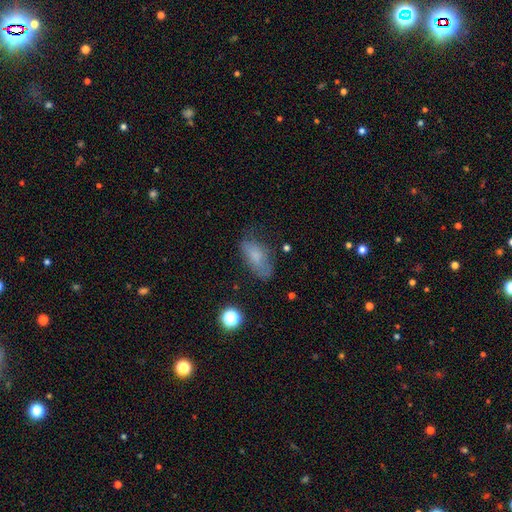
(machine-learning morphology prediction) This appears to be a smooth galaxy with no disk features (68%) that is in between round and cigar-shaped (86%). Merging: none (56%).